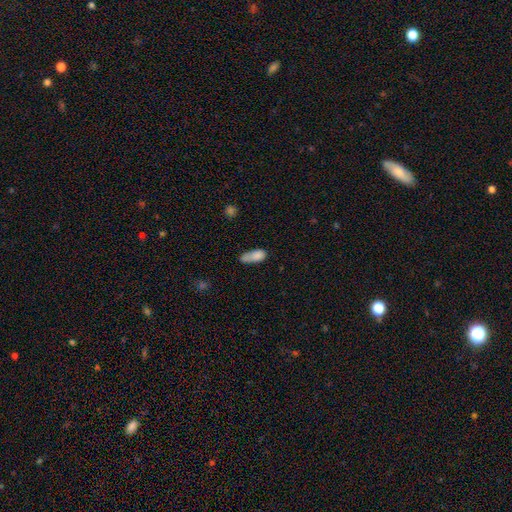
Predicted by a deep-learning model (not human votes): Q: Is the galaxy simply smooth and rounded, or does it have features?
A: smooth — 81%.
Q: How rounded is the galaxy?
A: in between — 80%.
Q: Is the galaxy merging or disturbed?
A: none — 42%.